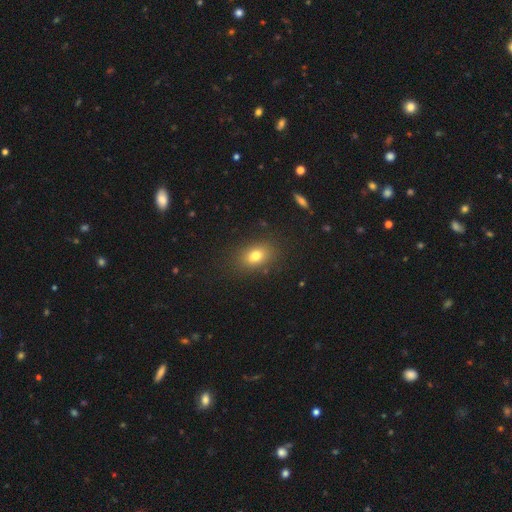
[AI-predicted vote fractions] Smooth or featured: smooth — 77% (star or artifact — 12%)
How rounded: in between — 76% (round — 22%)
Merging: none — 84% (minor disturbance — 11%)